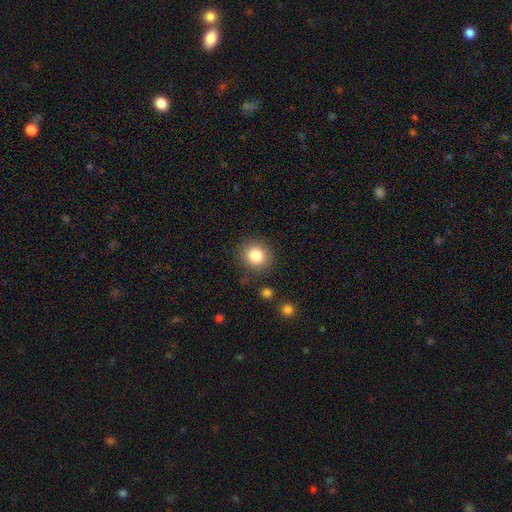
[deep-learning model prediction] Q: Smooth or featured?
A: smooth (83%); runner-up: star or artifact (10%)
Q: How rounded?
A: round (87%); runner-up: in between (12%)
Q: Merging?
A: none (86%); runner-up: minor disturbance (9%)